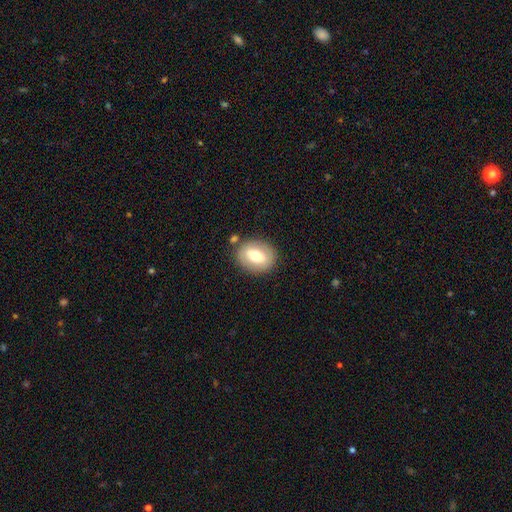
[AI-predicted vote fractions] smooth 62%, featured or disk 30%, star or artifact 8%. Down the decision tree: how rounded — in between (56%); merging — none (81%).